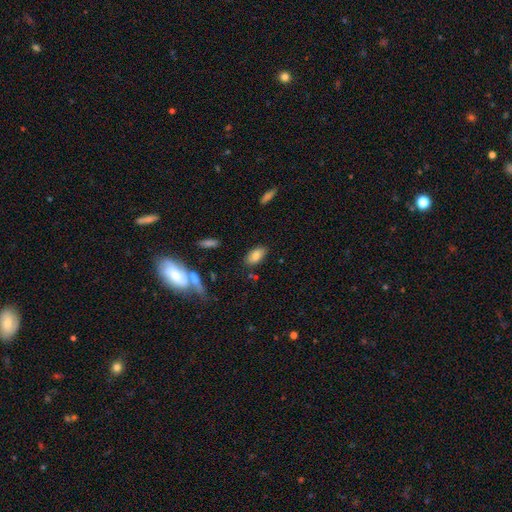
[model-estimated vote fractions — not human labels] smooth 80%, featured or disk 11%, star or artifact 9%. Down the decision tree: how rounded — in between (92%); merging — none (82%).